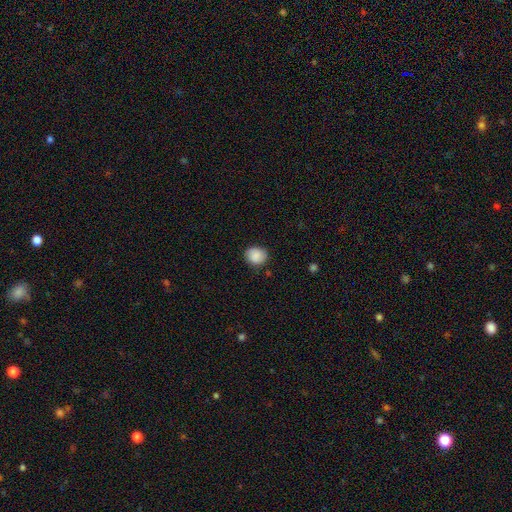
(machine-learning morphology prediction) A smooth galaxy with no disk features (88%) that is round (79%).

Vote fractions:
- Smooth or featured? smooth: 88% / star or artifact: 8% / featured or disk: 4%
- How rounded? round: 79% / in between: 20% / cigar-shaped: 1%
- Merging? none: 84% / minor disturbance: 12% / major disturbance: 3% / merger: 1%